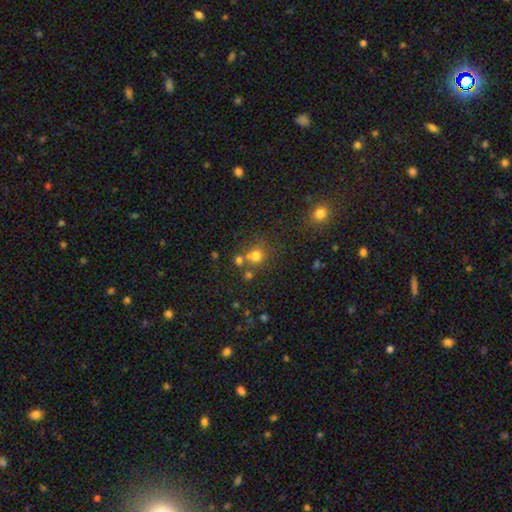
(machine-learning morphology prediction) Smooth or featured: smooth — 71% (star or artifact — 19%)
How rounded: round — 87% (in between — 12%)
Merging: none — 60% (merger — 26%)